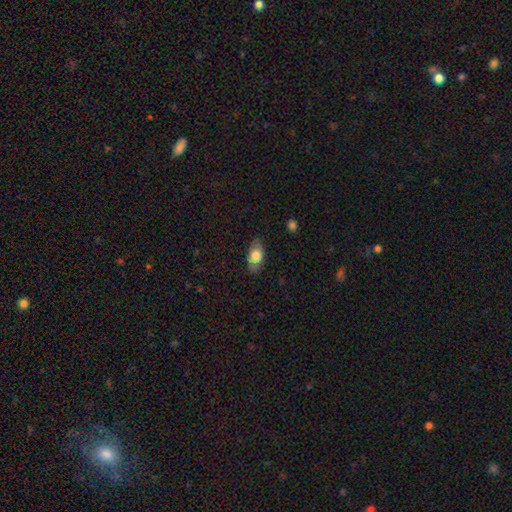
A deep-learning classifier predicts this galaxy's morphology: A smooth galaxy with no disk features (74%) that is in between round and cigar-shaped (90%). Merging: none (83%).